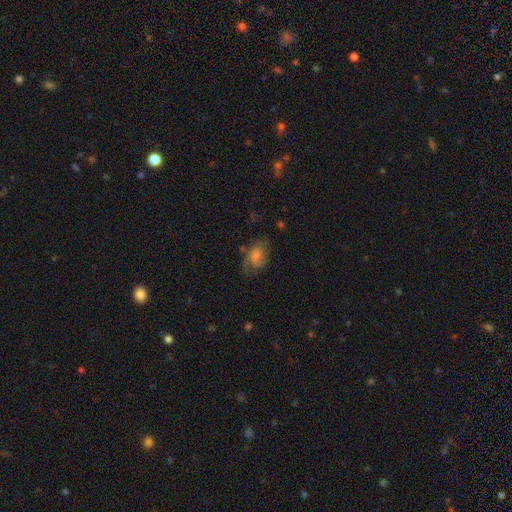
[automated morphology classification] This appears to be a smooth galaxy with no disk features (44%). Merging: none (60%).